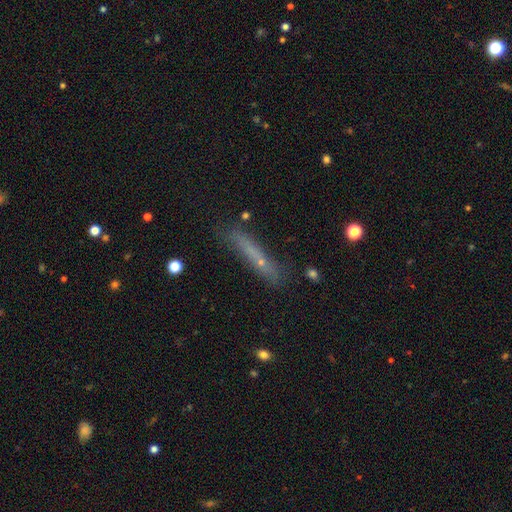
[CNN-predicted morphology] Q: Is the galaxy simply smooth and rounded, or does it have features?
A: smooth — 55%.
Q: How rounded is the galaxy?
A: cigar-shaped — 91%.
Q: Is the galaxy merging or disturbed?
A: none — 74%.